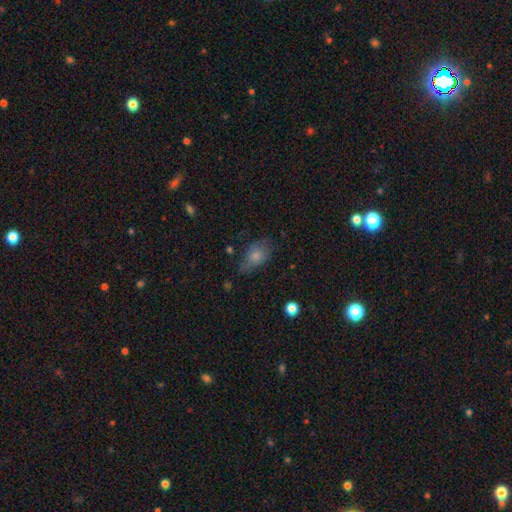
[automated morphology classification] smooth 75%, featured or disk 16%, star or artifact 10%. Down the decision tree: how rounded — in between (84%); merging — none (54%).